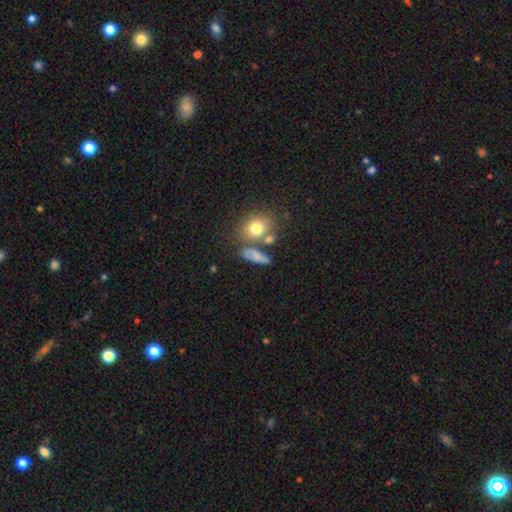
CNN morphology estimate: A smooth galaxy with no disk features (70%) that is in between round and cigar-shaped (53%). Merging: none (56%).